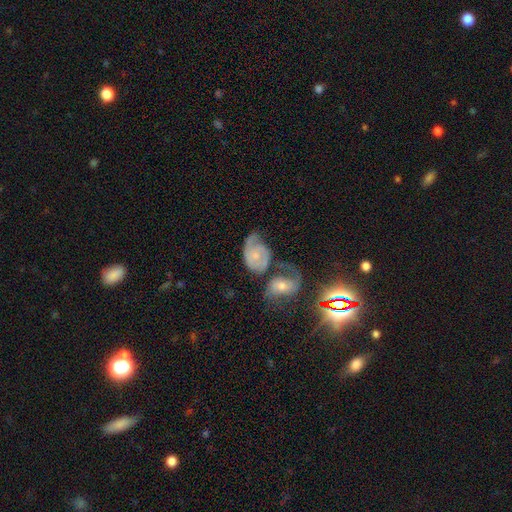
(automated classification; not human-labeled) A featured or disk galaxy (65%) with no bar (75%), 2 (54%) medium (40%) spiral arms (84%) and a small central bulge (56%). Merging: merger (39%).